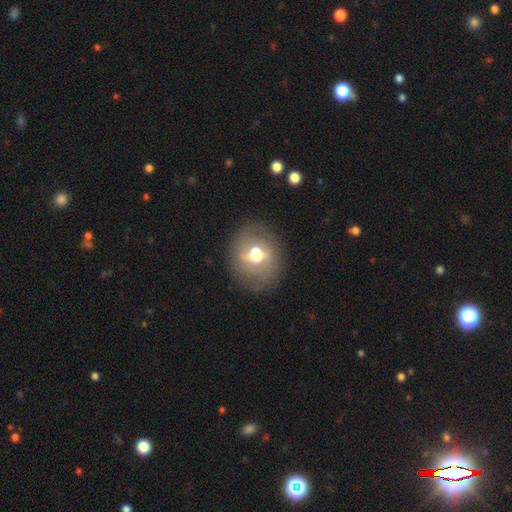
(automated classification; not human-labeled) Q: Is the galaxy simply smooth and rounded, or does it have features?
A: smooth — 46%.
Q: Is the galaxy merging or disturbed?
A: none — 71%.